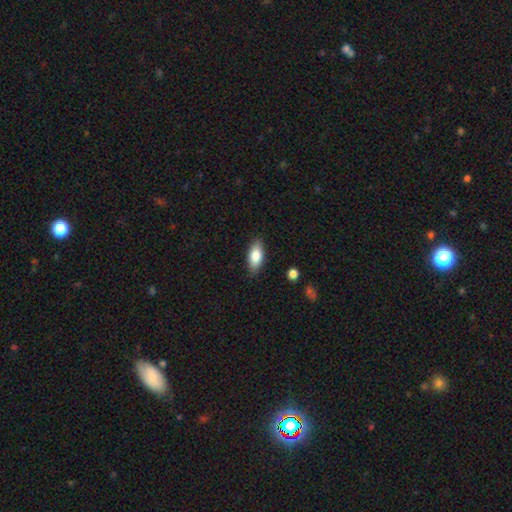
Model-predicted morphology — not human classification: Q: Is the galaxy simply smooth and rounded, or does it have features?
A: smooth — 81%.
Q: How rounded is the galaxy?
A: in between — 87%.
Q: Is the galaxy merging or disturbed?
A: none — 86%.